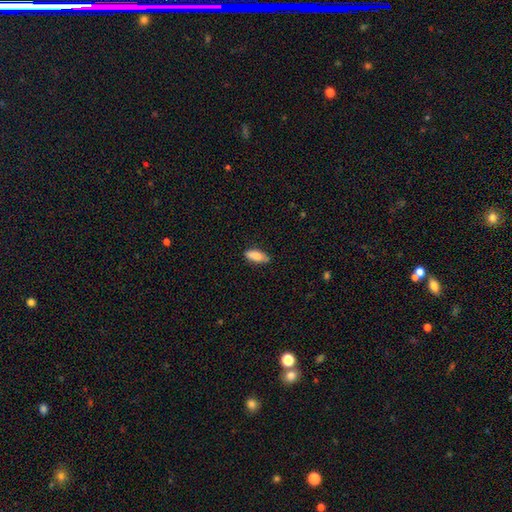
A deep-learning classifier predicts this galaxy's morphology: A smooth galaxy with no disk features (83%) that is in between round and cigar-shaped (77%).

Vote fractions:
- Smooth or featured? smooth: 83% / featured or disk: 11% / star or artifact: 6%
- How rounded? in between: 77% / cigar-shaped: 21% / round: 2%
- Merging? none: 82% / minor disturbance: 14% / major disturbance: 2% / merger: 1%